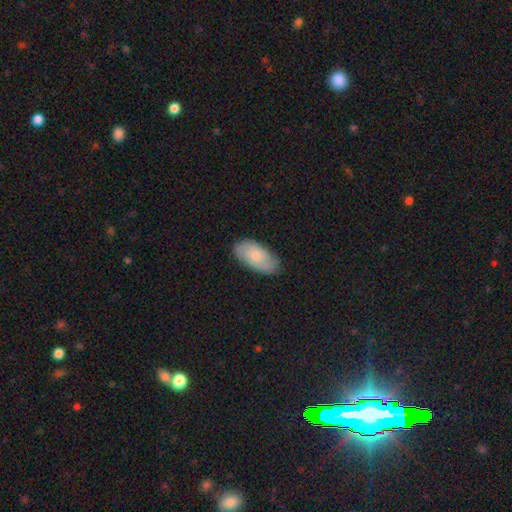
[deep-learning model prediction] Q: Smooth or featured?
A: smooth (61%); runner-up: featured or disk (32%)
Q: How rounded?
A: in between (93%); runner-up: cigar-shaped (4%)
Q: Merging?
A: none (77%); runner-up: minor disturbance (18%)